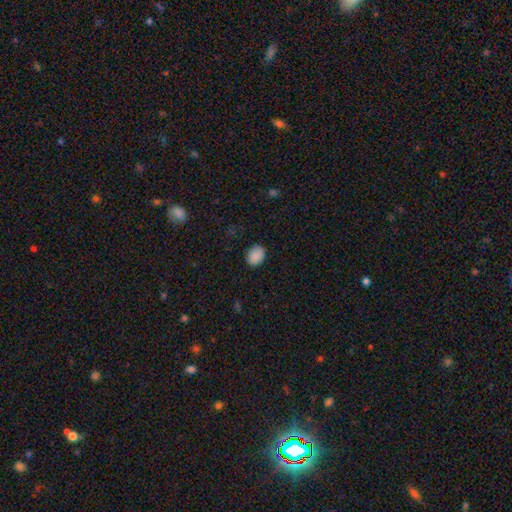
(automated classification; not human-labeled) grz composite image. It shows a smooth galaxy with no disk features (89%) that is in between round and cigar-shaped (53%). Merging: none (86%).